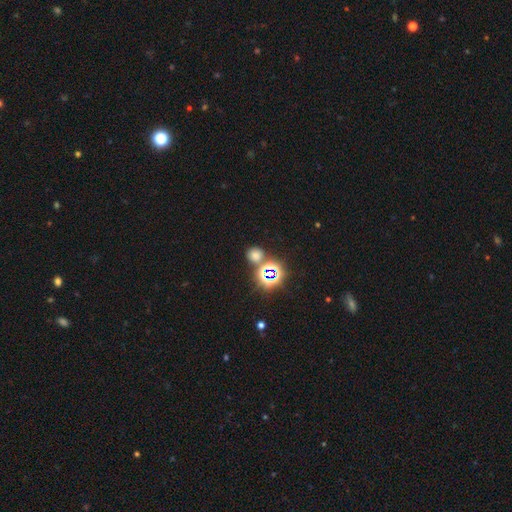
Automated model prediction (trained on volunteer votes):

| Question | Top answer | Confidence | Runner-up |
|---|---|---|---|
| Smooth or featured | smooth | 59% | star or artifact (35%) |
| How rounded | round | 81% | in between (18%) |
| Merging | none | 71% | merger (16%) |